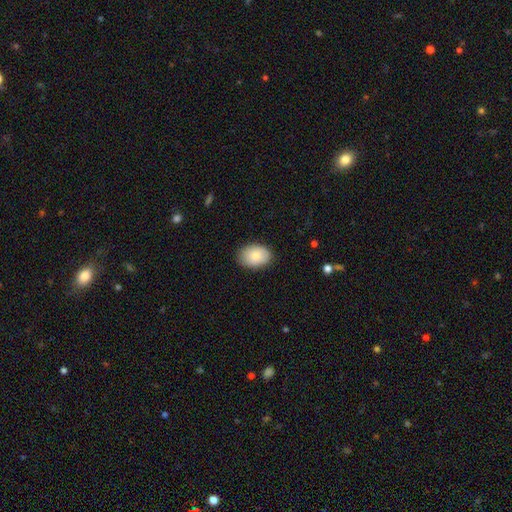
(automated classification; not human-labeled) smooth 83%, featured or disk 10%, star or artifact 6%. Down the decision tree: how rounded — in between (83%); merging — none (84%).